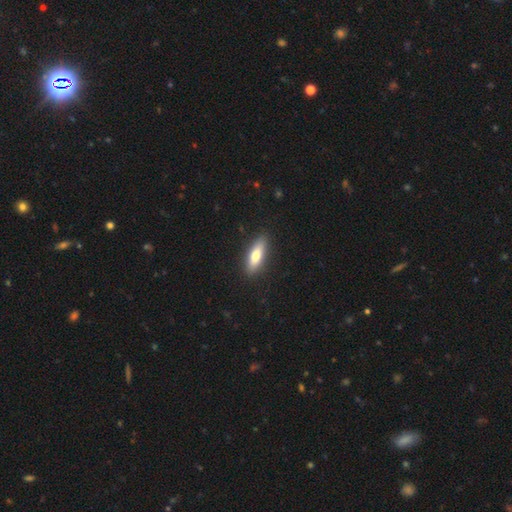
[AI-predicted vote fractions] smooth-or-featured: smooth: 71% | featured or disk: 23% | star or artifact: 6%
  how-rounded: cigar-shaped: 51% | in between: 47% | round: 2%
  merging: none: 89% | minor disturbance: 8% | major disturbance: 2% | merger: 1%